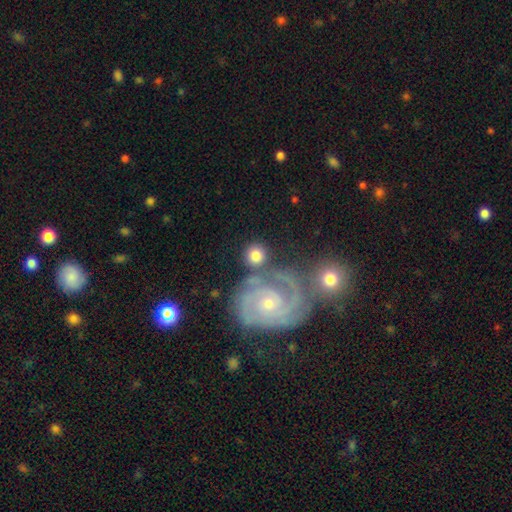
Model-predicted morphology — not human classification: smooth-or-featured: smooth: 66% | featured or disk: 27% | star or artifact: 7%
  how-rounded: round: 88% | in between: 11% | cigar-shaped: 1%
  merging: none: 72% | merger: 13% | minor disturbance: 10% | major disturbance: 4%